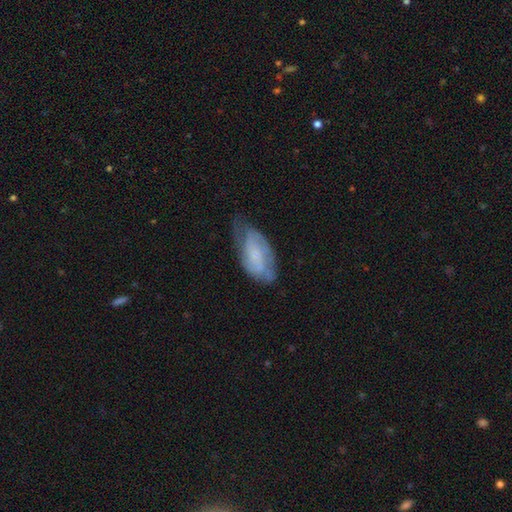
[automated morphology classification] Smooth or featured? featured or disk (57%)
Edge-on disk? no (93%)
Bar? no (64%)
Spiral arms? yes (77%)
Bulge size? small (65%)
Merging? none (49%)